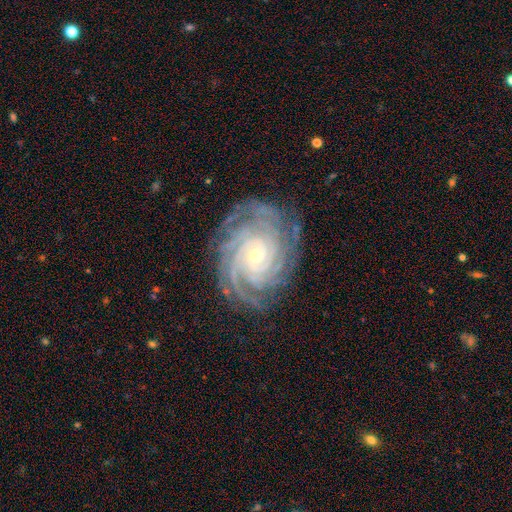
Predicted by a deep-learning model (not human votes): smooth-or-featured: featured or disk: 92% | star or artifact: 5% | smooth: 3%
  disk-edge-on: no: 98% | yes: 2%
    bar: no: 70% | weak: 21% | strong: 9%
    has-spiral-arms: yes: 99% | no: 1%
      spiral-winding: tight: 83% | medium: 15% | loose: 2%
      spiral-arm-count: 4: 30% | more than 4: 26% | can't tell: 14% | 3: 14% | 2: 8% | 1: 7%
    bulge-size: small: 72% | moderate: 25% | large: 1% | none: 1% | dominant: 1%
  merging: none: 81% | minor disturbance: 14% | major disturbance: 4% | merger: 1%